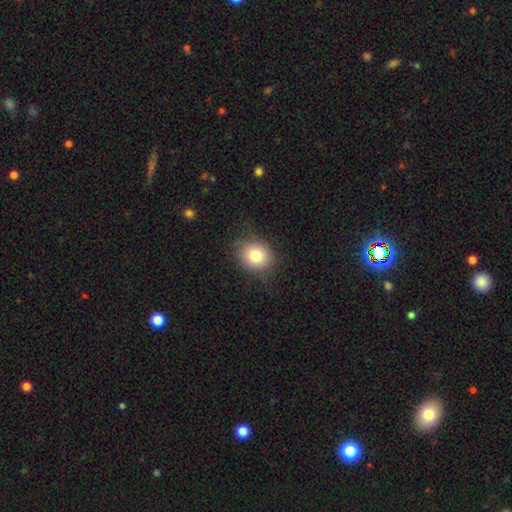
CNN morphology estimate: Q: Smooth or featured?
A: smooth (80%); runner-up: featured or disk (10%)
Q: How rounded?
A: round (68%); runner-up: in between (31%)
Q: Merging?
A: none (77%); runner-up: minor disturbance (17%)